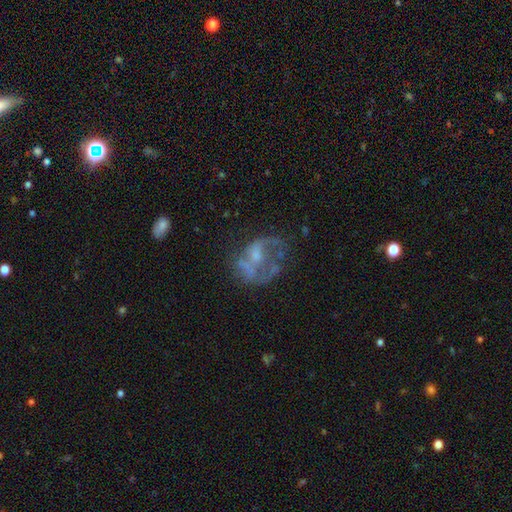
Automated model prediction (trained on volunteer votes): Morphology: type=featured or disk (67%); edge-on=no (97%); bar=no (67%); spiral arms=no (53%); bulge=small (42%); merging=none (41%).